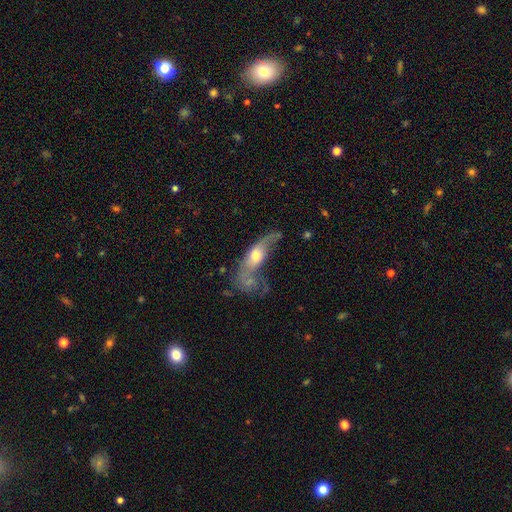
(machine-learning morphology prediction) Smooth or featured? featured or disk (53%)
Edge-on disk? no (71%)
Merging? merger (29%, tied with major disturbance)